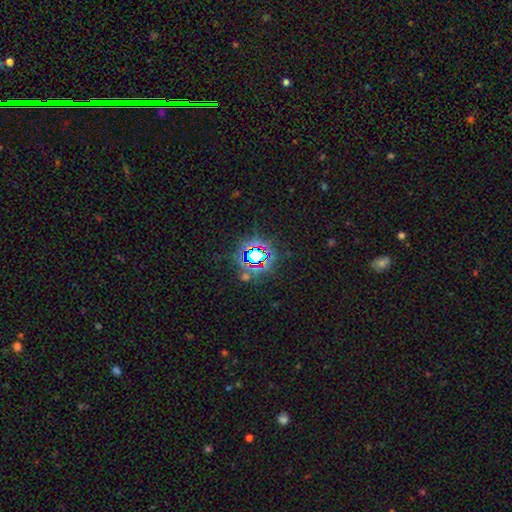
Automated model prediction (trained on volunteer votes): smooth-or-featured: star or artifact: 74% | smooth: 17% | featured or disk: 9%